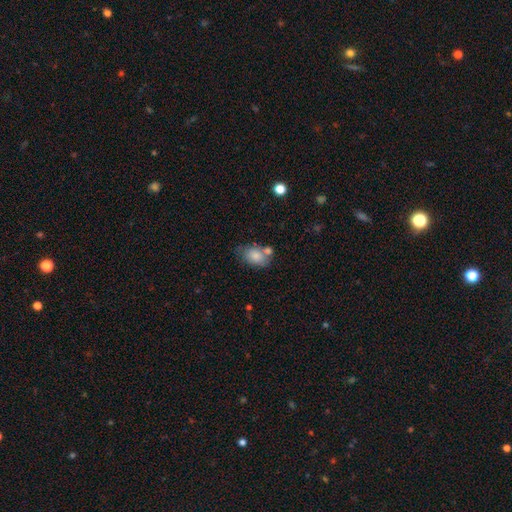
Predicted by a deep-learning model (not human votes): This is clearly a smooth galaxy (81%). How rounded: clearly in between (82%). Merging: possibly none (50%).